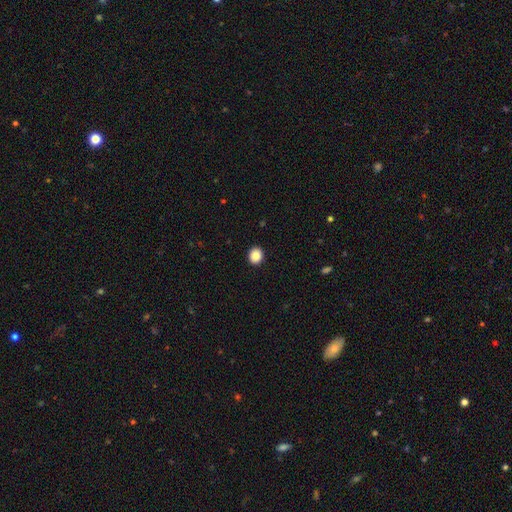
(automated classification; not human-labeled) Smooth or featured? Predicted: smooth (p=0.88). How rounded? Predicted: round (p=0.78). Merging? Predicted: none (p=0.93).